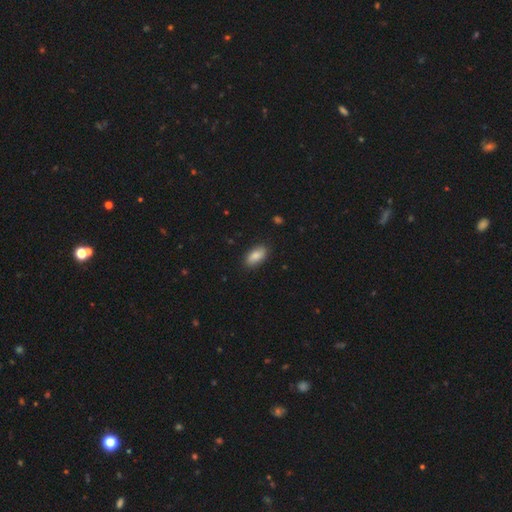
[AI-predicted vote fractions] smooth-or-featured: smooth: 85% | featured or disk: 9% | star or artifact: 6%
  how-rounded: in between: 91% | cigar-shaped: 6% | round: 3%
  merging: none: 86% | minor disturbance: 10% | major disturbance: 2% | merger: 1%